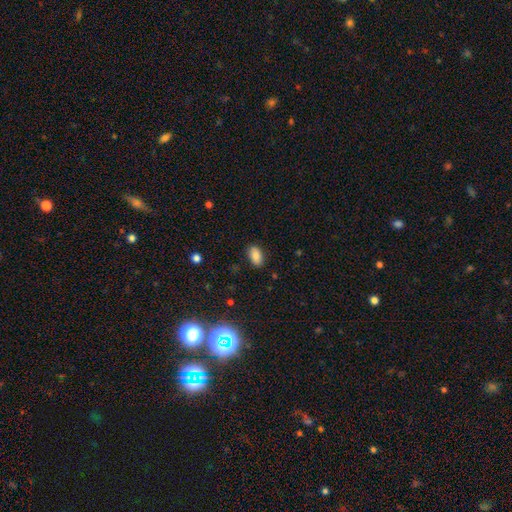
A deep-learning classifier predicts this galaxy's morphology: type=smooth (84%); roundness=in between (92%); merging=none (87%).